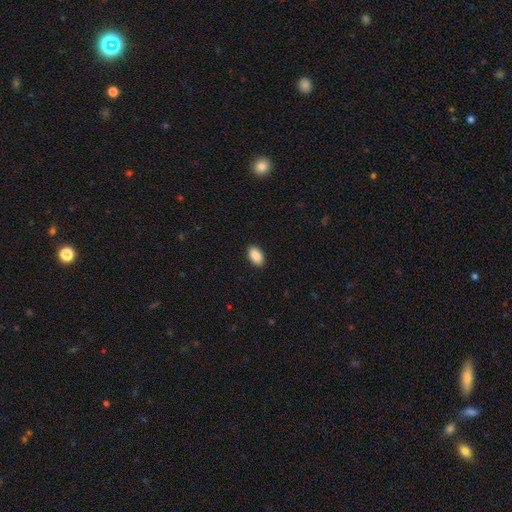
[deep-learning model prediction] Q: Smooth or featured?
A: smooth (90%); runner-up: star or artifact (7%)
Q: How rounded?
A: in between (94%); runner-up: round (4%)
Q: Merging?
A: none (89%); runner-up: minor disturbance (8%)